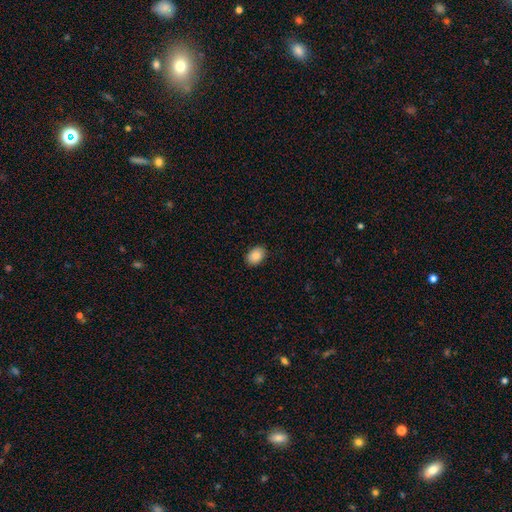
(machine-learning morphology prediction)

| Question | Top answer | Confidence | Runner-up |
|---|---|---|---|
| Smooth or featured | smooth | 87% | star or artifact (8%) |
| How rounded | in between | 79% | round (20%) |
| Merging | none | 89% | minor disturbance (8%) |